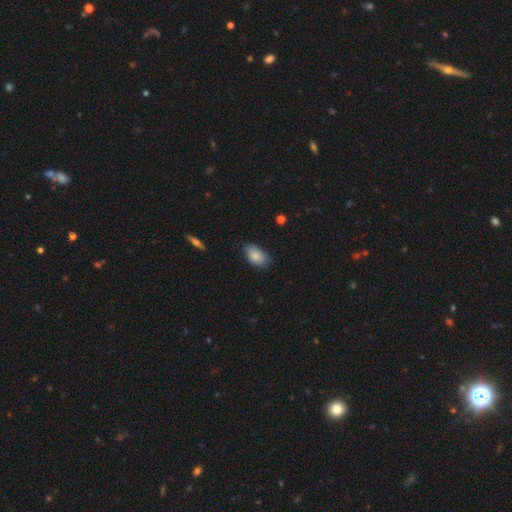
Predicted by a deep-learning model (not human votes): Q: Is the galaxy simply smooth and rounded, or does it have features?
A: smooth — 86%.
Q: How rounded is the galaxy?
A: in between — 92%.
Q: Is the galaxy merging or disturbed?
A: none — 79%.